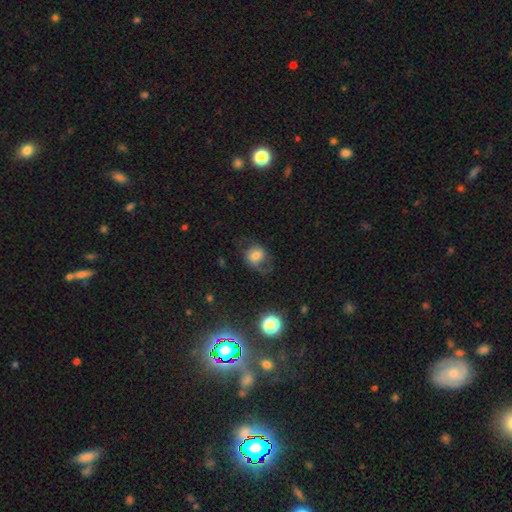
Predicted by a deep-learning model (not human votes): smooth 55%, featured or disk 33%, star or artifact 12%. Down the decision tree: how rounded — round (61%); merging — none (53%).